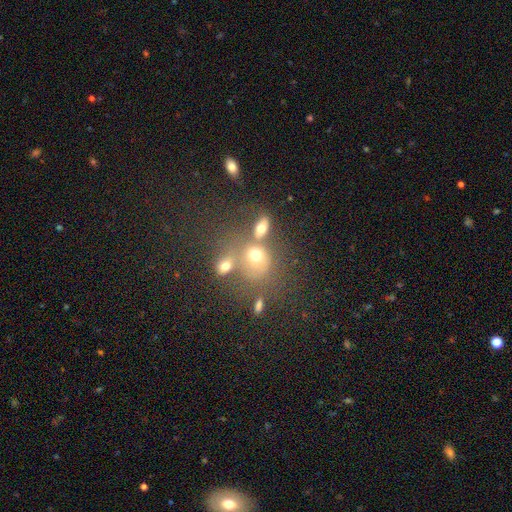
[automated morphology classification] Q: Smooth or featured?
A: smooth (66%); runner-up: featured or disk (17%)
Q: How rounded?
A: round (59%); runner-up: in between (40%)
Q: Merging?
A: merger (41%); runner-up: none (37%)